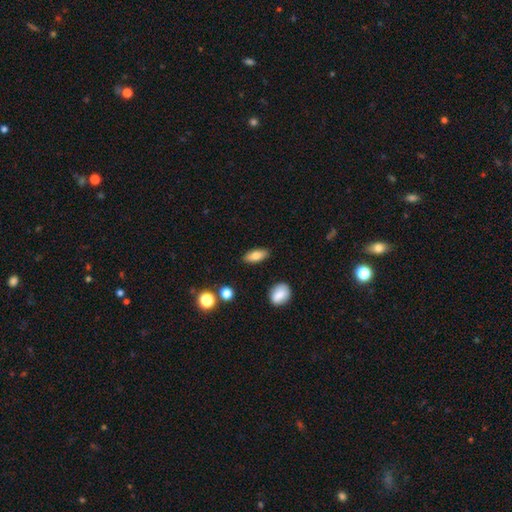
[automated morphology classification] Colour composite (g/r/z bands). It shows a smooth galaxy with no disk features (76%) that is in between round and cigar-shaped (80%). Merging: none (87%).